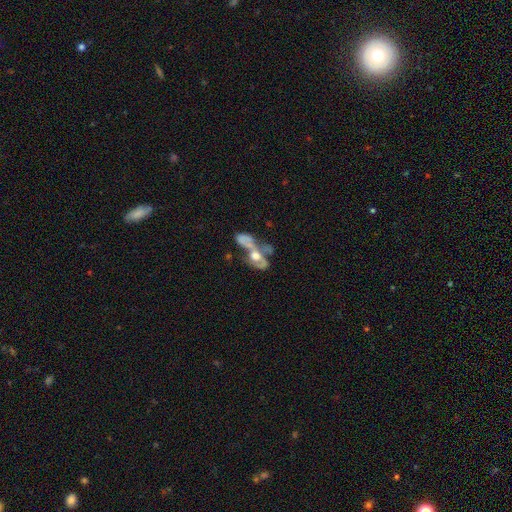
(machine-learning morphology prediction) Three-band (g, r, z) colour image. It shows a featured or disk galaxy (60%) with no bar (82%), no spiral arms (62%) and a moderate central bulge (50%). Merging: merger (55%).